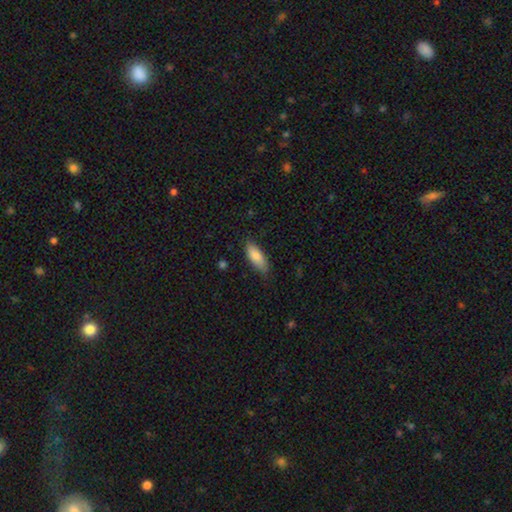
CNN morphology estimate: Overall: smooth (85%). How rounded: in between (75%). Merging: none (79%).